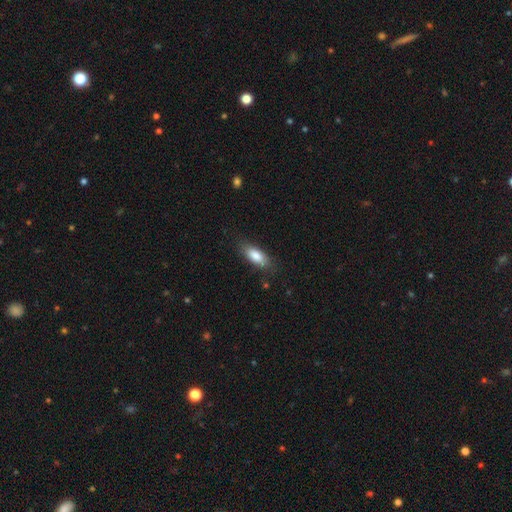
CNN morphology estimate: This is clearly a smooth galaxy (84%). How rounded: likely in between (75%). Merging: clearly none (80%).